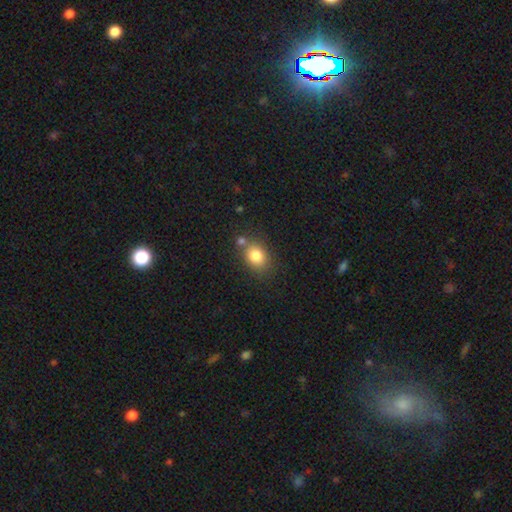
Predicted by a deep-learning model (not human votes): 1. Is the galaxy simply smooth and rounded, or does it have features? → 82% smooth, 10% star or artifact, 8% featured or disk.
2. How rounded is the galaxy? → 54% in between, 45% round, 1% cigar-shaped.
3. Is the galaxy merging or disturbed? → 66% none, 16% merger, 14% minor disturbance, 4% major disturbance.